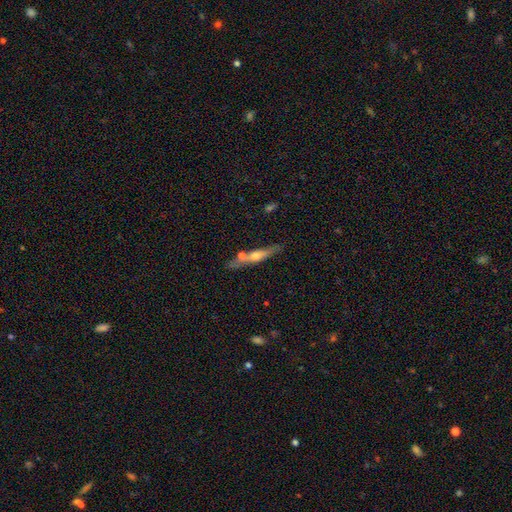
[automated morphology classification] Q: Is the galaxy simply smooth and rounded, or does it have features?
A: featured or disk — 58%.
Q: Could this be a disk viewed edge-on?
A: yes — 88%.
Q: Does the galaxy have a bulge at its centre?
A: rounded — 86%.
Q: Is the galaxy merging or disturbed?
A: none — 68%.